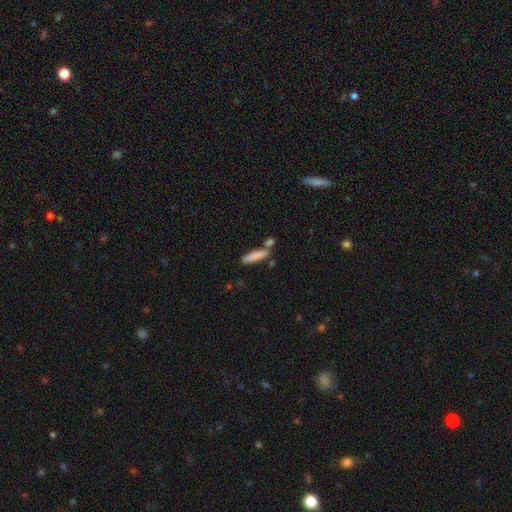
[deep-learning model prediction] This appears to be a smooth galaxy with no disk features (81%) that is cigar-shaped (81%). Merging: none (66%).